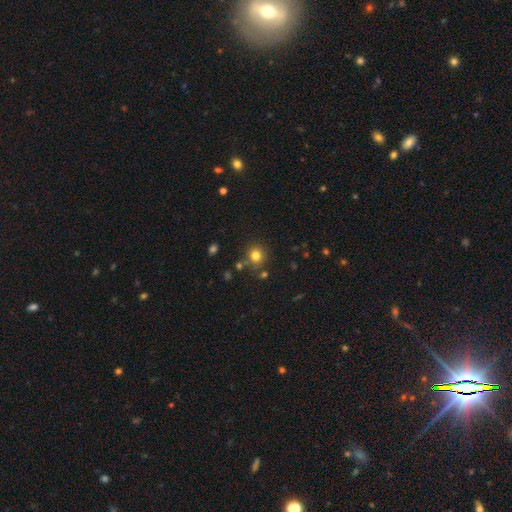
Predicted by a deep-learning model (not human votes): Q: Smooth or featured?
A: smooth (78%); runner-up: star or artifact (15%)
Q: How rounded?
A: round (89%); runner-up: in between (10%)
Q: Merging?
A: none (78%); runner-up: minor disturbance (10%)